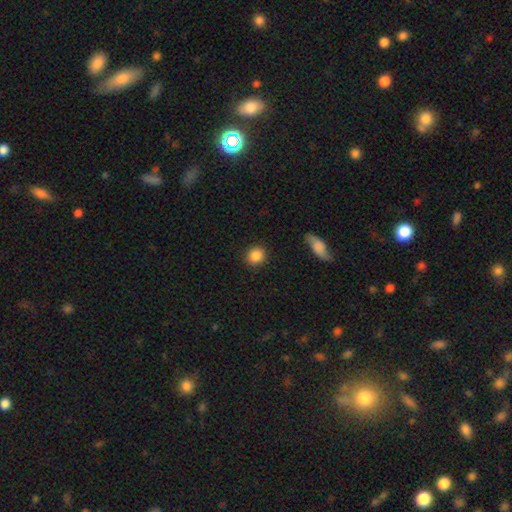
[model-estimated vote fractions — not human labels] The model was most divided on "how rounded": round: 82%, in between: 17%, cigar-shaped: 1%. More confident: merging — none (89%); smooth or featured — smooth (87%).